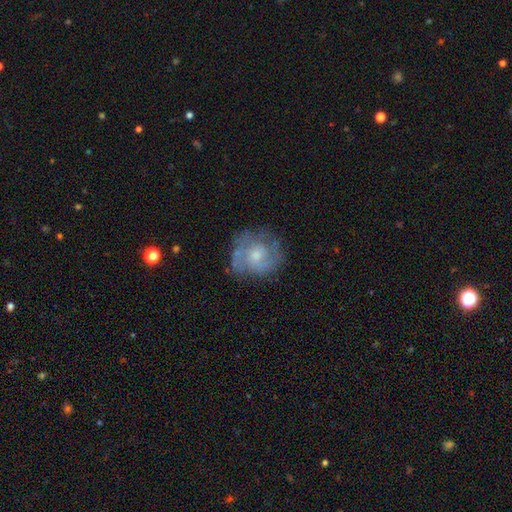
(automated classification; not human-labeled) This is likely a featured or disk galaxy (65%). It is clearly not viewed edge-on (97%). Bar: likely no (70%). Spiral arm pattern: likely yes (74%). Central bulge: possibly moderate (52%). Merging: likely none (68%).